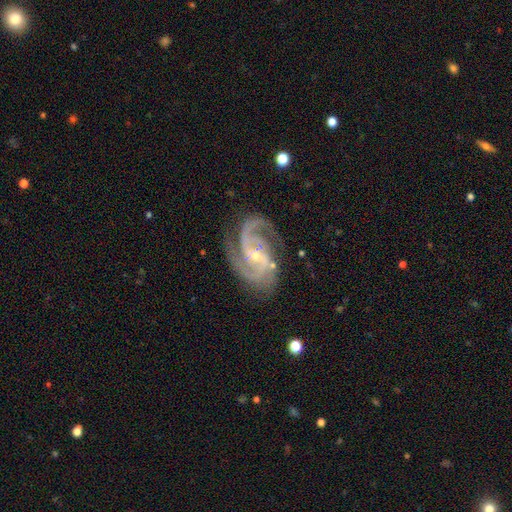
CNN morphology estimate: Smooth or featured? featured or disk (93%)
Edge-on disk? no (97%)
Bar? weak (43%)
Spiral arms? yes (99%)
Spiral winding? medium (56%)
Spiral arm count? 2 (48%)
Bulge size? small (69%)
Merging? none (71%)